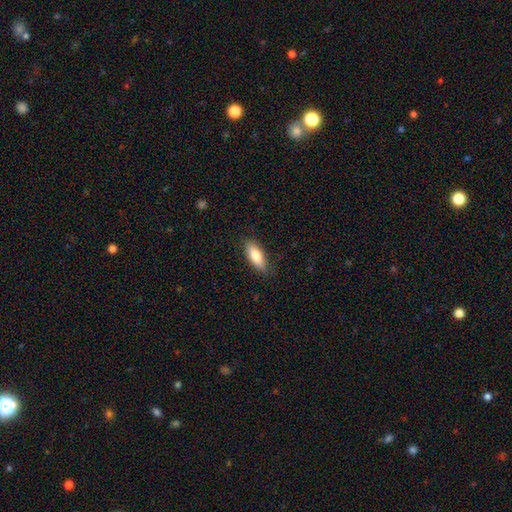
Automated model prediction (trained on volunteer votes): This is clearly a smooth galaxy (81%). How rounded: likely in between (75%). Merging: clearly none (82%).